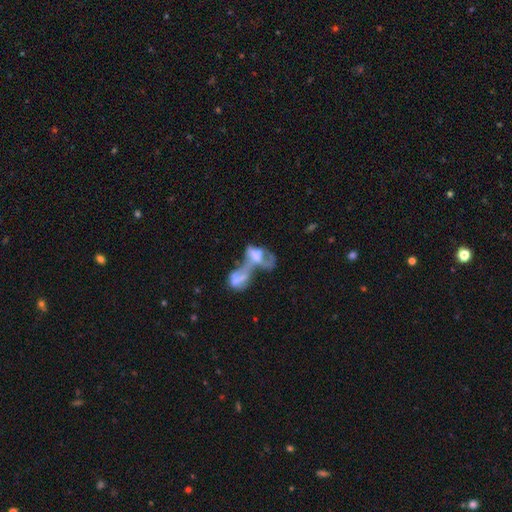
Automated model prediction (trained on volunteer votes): This is possibly a featured or disk galaxy (51%). It is clearly not viewed edge-on (95%). Merging: likely merger (77%).